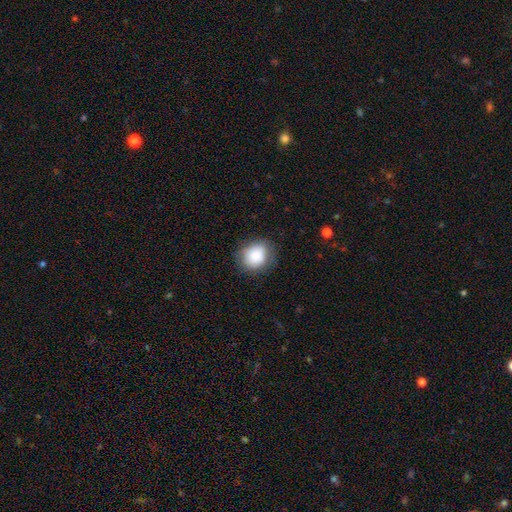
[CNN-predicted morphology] smooth 85%, star or artifact 8%, featured or disk 7%. Down the decision tree: how rounded — round (64%); merging — none (76%).